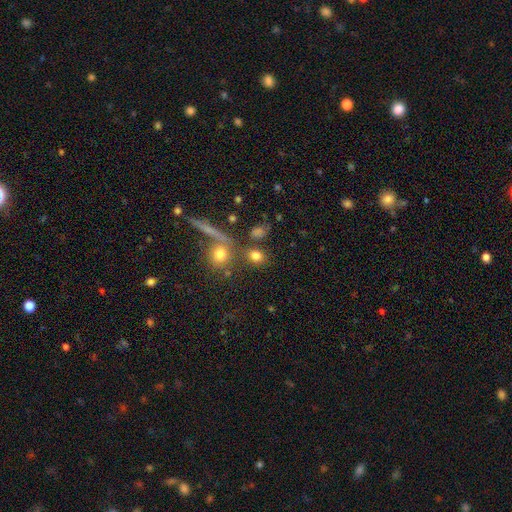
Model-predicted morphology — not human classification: Smooth or featured? Predicted: smooth (p=0.77). How rounded? Predicted: round (p=0.57). Merging? Predicted: none (p=0.70).